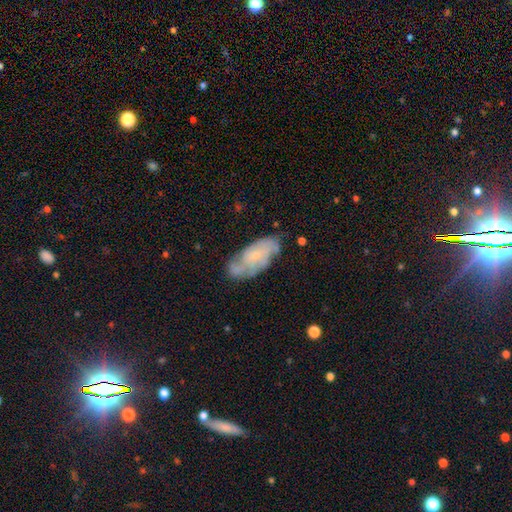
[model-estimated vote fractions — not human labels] featured or disk 65%, smooth 28%, star or artifact 8%. Down the decision tree: edge-on disk — no (92%); bar — no (75%); spiral arms — yes (81%); bulge size — small (70%); merging — none (64%).